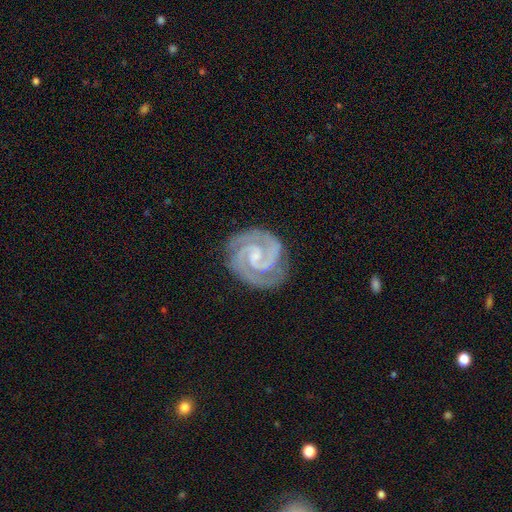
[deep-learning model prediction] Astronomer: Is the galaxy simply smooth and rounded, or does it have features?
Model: featured or disk — 94%.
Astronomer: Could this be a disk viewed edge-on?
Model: no — 98%.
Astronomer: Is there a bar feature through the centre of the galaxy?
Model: weak — 45% (runner-up: no, 38%).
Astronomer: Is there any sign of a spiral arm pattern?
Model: yes — 99%.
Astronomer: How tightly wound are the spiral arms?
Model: tight — 70%.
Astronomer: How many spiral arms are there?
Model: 2 — 88%.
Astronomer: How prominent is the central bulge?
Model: small — 58%.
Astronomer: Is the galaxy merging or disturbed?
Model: none — 82%.